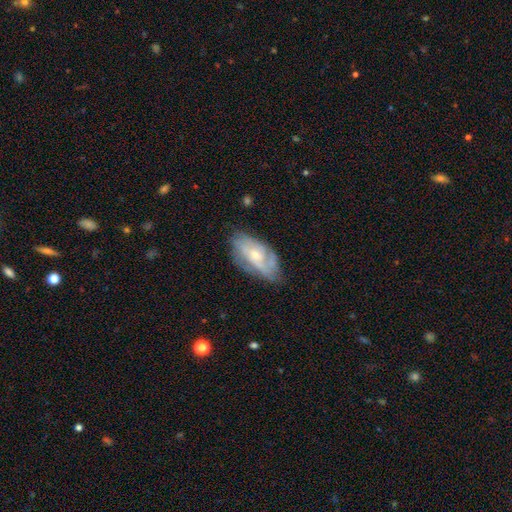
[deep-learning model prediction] The model was most divided on "spiral winding": tight: 46%, medium: 38%, loose: 15%. Remaining: edge-on disk — no (93%); spiral arms — yes (82%); bar — no (68%); smooth or featured — featured or disk (67%); merging — none (64%); bulge size — small (53%); spiral arm count — can't tell (42%).